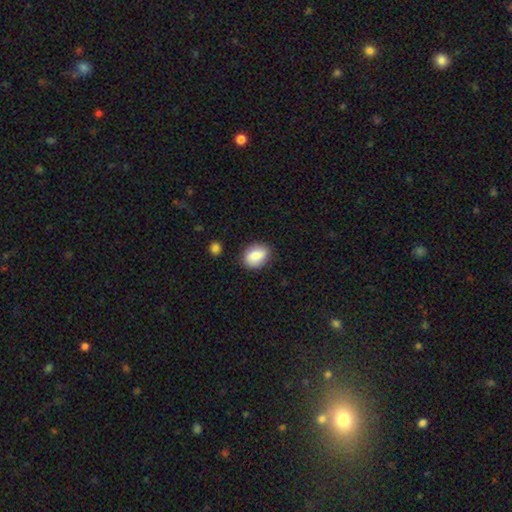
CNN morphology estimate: This appears to be a smooth galaxy with no disk features (84%) that is in between round and cigar-shaped (68%). Merging: none (83%).